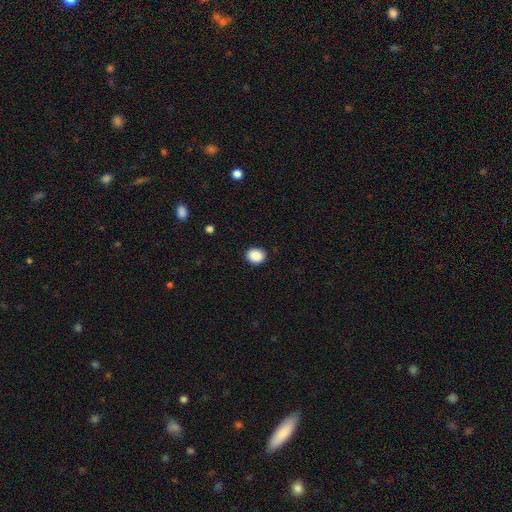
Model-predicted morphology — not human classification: smooth-or-featured: smooth: 89% | star or artifact: 8% | featured or disk: 3%
  how-rounded: round: 61% | in between: 38% | cigar-shaped: 1%
  merging: none: 90% | minor disturbance: 7% | major disturbance: 2% | merger: 1%